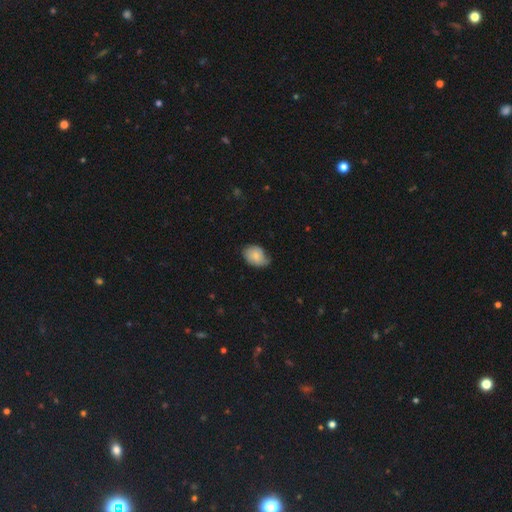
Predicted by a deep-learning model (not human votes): Smooth or featured: smooth — 74% (featured or disk — 19%)
How rounded: in between — 69% (round — 30%)
Merging: none — 51% (minor disturbance — 40%)